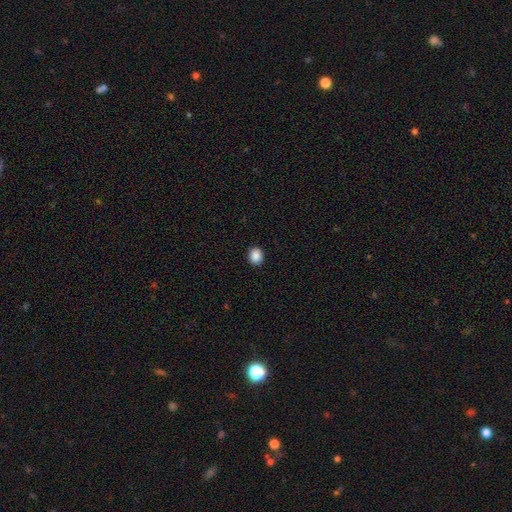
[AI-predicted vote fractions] Smooth or featured: smooth — 88% (star or artifact — 9%)
How rounded: round — 66% (in between — 33%)
Merging: none — 91% (minor disturbance — 6%)